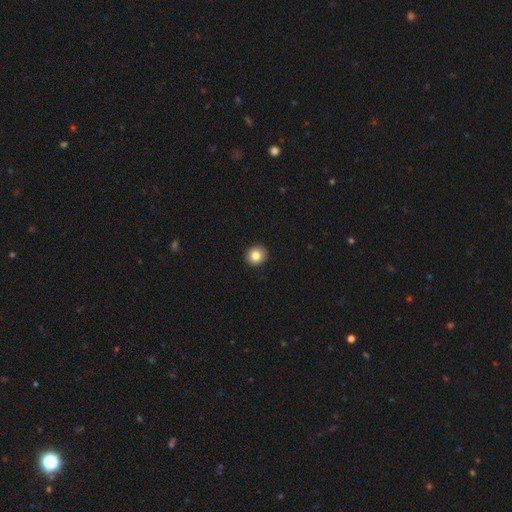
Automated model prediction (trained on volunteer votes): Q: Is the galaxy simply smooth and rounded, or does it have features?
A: smooth — 85%.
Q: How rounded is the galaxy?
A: round — 91%.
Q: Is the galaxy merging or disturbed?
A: none — 93%.